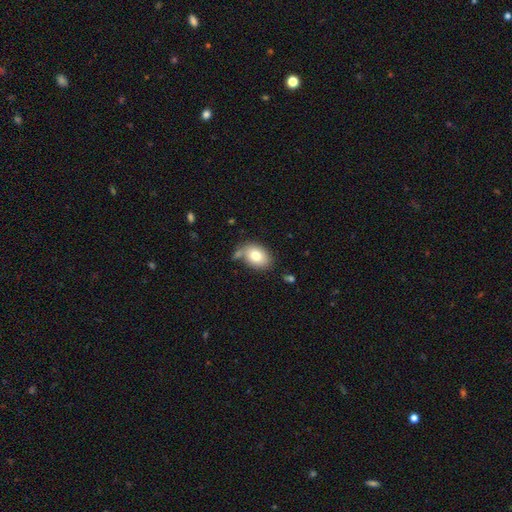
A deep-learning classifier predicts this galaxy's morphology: Smooth or featured: smooth — 79% (featured or disk — 13%)
How rounded: in between — 78% (round — 21%)
Merging: none — 64% (minor disturbance — 19%)